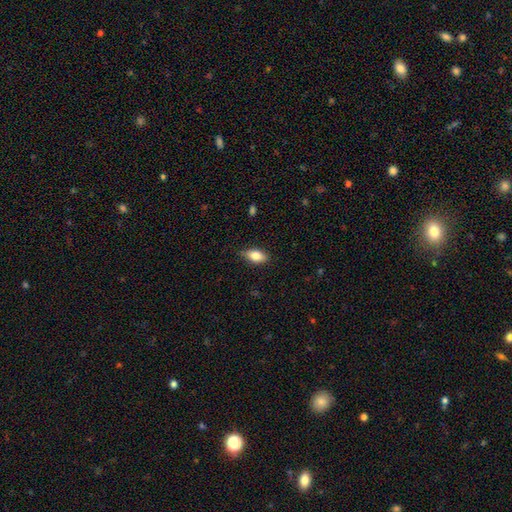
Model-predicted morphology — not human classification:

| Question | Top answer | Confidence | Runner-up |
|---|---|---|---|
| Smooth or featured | smooth | 82% | featured or disk (10%) |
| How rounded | in between | 89% | cigar-shaped (6%) |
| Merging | none | 80% | minor disturbance (16%) |